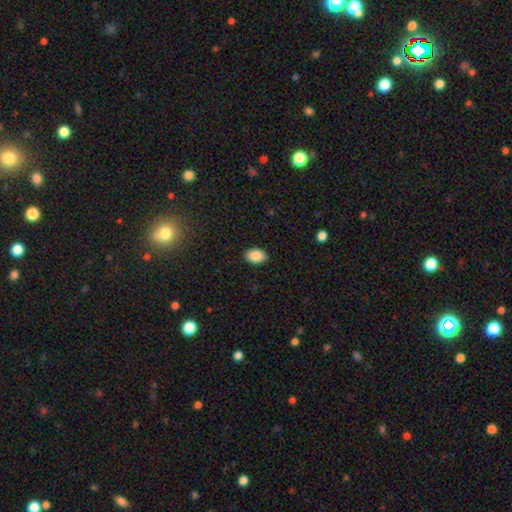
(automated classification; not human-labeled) smooth_or_featured: smooth (p=0.87) [alt: star or artifact p=0.07]
how_rounded: in between (p=0.88) [alt: round p=0.11]
merging: none (p=0.89) [alt: minor disturbance p=0.08]